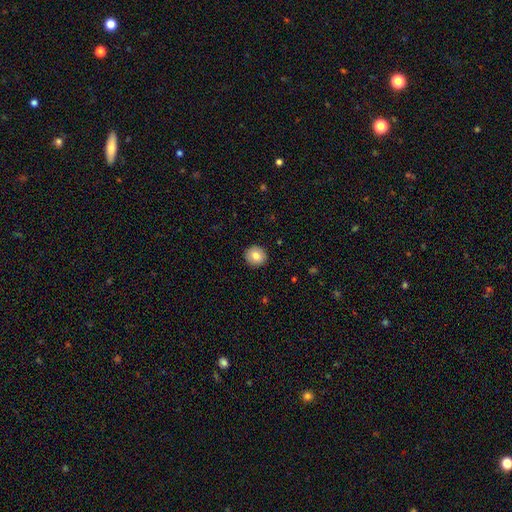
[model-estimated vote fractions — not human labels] Morphology: type=smooth (80%); roundness=round (94%); merging=none (92%).